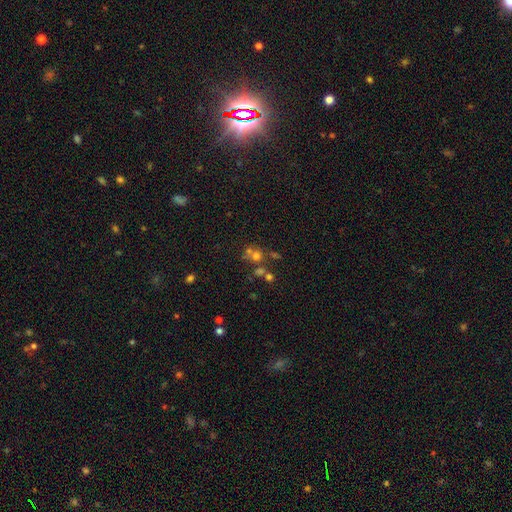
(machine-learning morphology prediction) This appears to be a smooth galaxy with no disk features (58%) that is round (84%). Merging: none (49%).